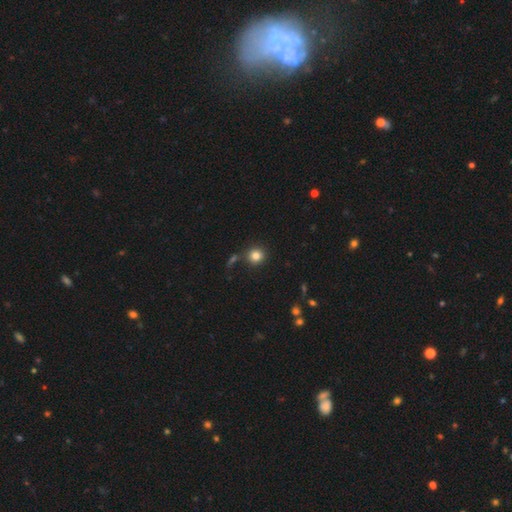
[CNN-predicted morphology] Smooth or featured? Predicted: smooth (p=0.82). How rounded? Predicted: round (p=0.92). Merging? Predicted: none (p=0.81).